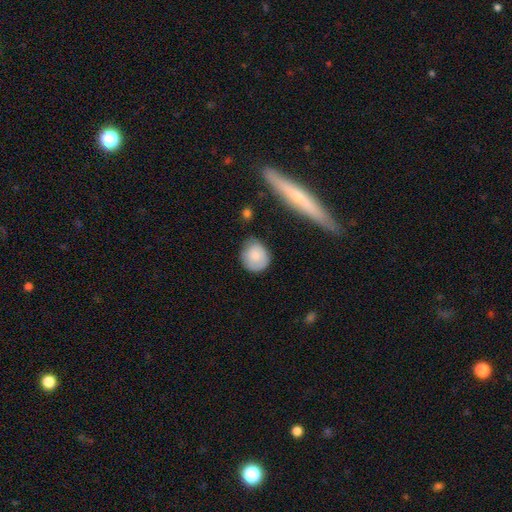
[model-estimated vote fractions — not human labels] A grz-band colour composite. It shows a smooth galaxy with no disk features (80%) that is round (73%). Merging: none (65%).